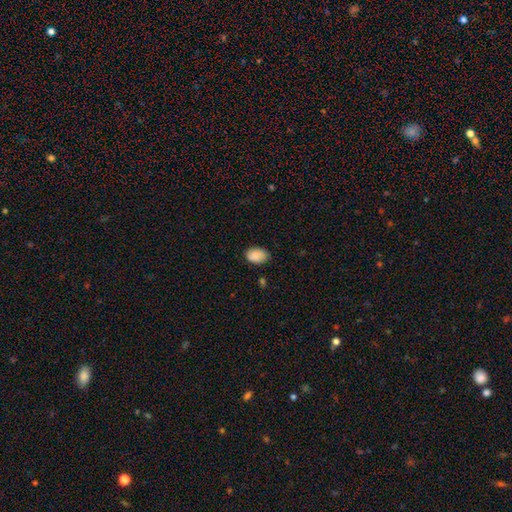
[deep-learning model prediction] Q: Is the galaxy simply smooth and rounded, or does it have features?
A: smooth — 87%.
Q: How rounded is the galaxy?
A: in between — 84%.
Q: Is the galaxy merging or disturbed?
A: none — 75%.